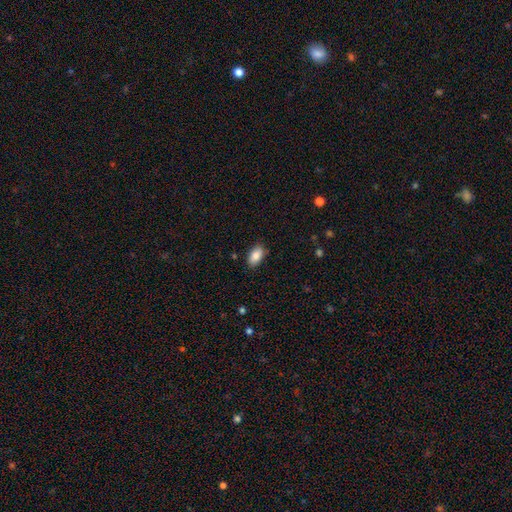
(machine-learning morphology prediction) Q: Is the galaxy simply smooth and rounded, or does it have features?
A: smooth — 86%.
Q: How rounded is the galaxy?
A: in between — 93%.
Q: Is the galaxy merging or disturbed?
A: none — 86%.